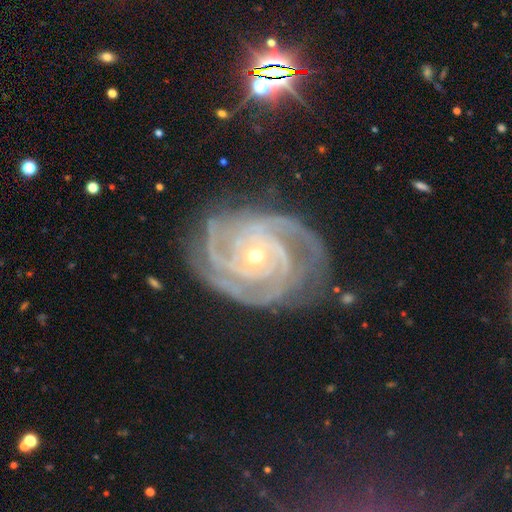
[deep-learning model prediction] Smooth or featured: featured or disk — 92% (star or artifact — 5%)
Edge-on disk: no — 98% (yes — 2%)
Bar: no — 73% (weak — 19%)
Spiral arms: yes — 98% (no — 2%)
Spiral winding: tight — 72% (medium — 25%)
Spiral arm count: 3 — 32% (4 — 21%)
Bulge size: small — 75% (moderate — 22%)
Merging: none — 71% (minor disturbance — 19%)